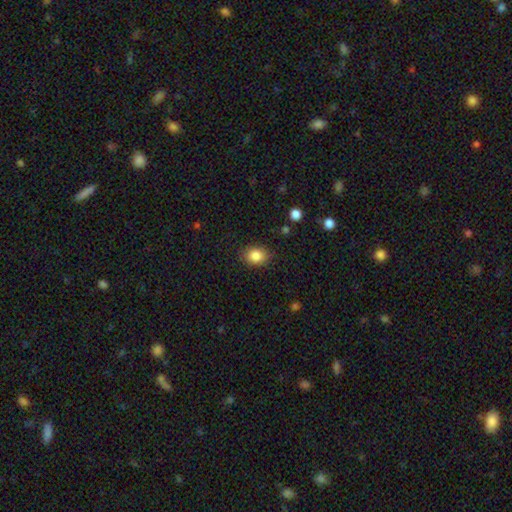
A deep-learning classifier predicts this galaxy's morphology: Smooth or featured? smooth (85%)
How rounded? in between (60%)
Merging? none (85%)